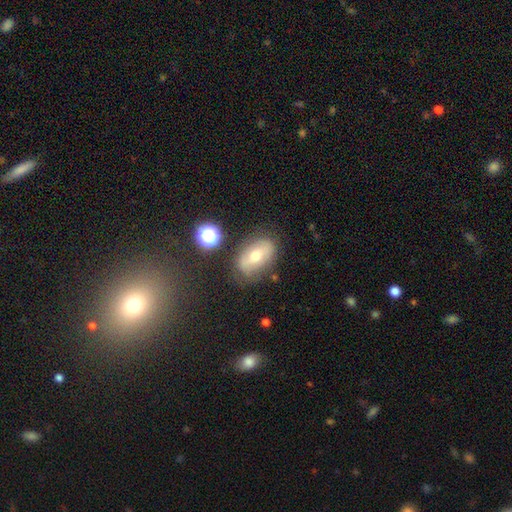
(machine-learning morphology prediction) Smooth or featured?
  - smooth: 48% *
  - featured or disk: 41%
  - star or artifact: 11%
Merging?
  - none: 73% *
  - minor disturbance: 17%
  - major disturbance: 6%
  - merger: 4%